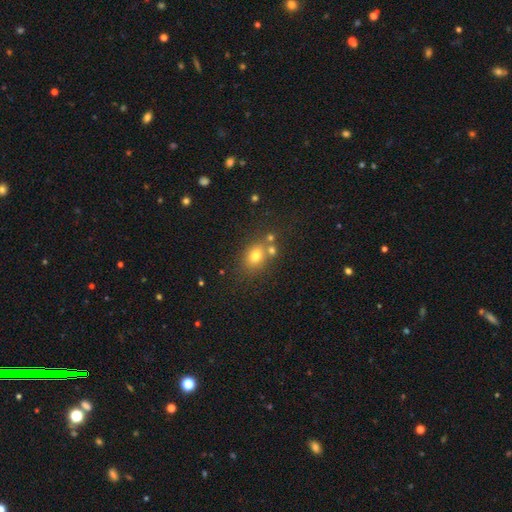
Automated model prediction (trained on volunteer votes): A smooth galaxy with no disk features (73%) that is in between round and cigar-shaped (53%).

Vote fractions:
- Smooth or featured? smooth: 73% / star or artifact: 15% / featured or disk: 12%
- How rounded? in between: 53% / round: 46% / cigar-shaped: 1%
- Merging? none: 62% / merger: 20% / minor disturbance: 13% / major disturbance: 5%